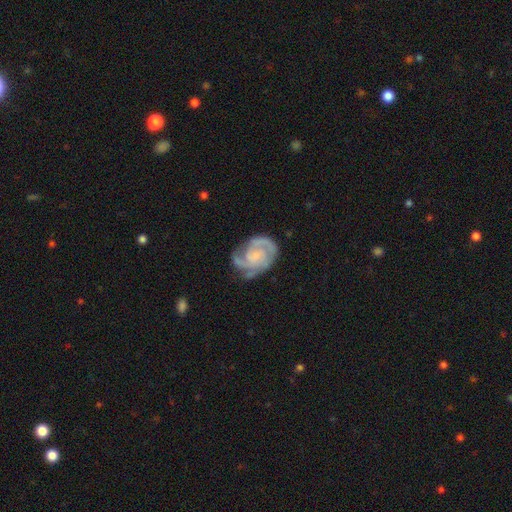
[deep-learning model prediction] A featured or disk galaxy (87%) with no bar (64%), 2 (49%) tight (51%) spiral arms (97%) and a small central bulge (54%).

Vote fractions:
- Smooth or featured? featured or disk: 87% / smooth: 8% / star or artifact: 5%
- Edge-on disk? no: 98% / yes: 2%
- Bar? no: 64% / weak: 30% / strong: 6%
- Spiral arms? yes: 97% / no: 3%
- Spiral winding? tight: 51% / medium: 41% / loose: 8%
- Spiral arm count? 2: 49% / 3: 29% / can't tell: 11% / 1: 5% / 4: 4% / more than 4: 3%
- Bulge size? small: 54% / none: 23% / moderate: 19% / large: 3% / dominant: 1%
- Merging? none: 64% / minor disturbance: 22% / major disturbance: 11% / merger: 2%